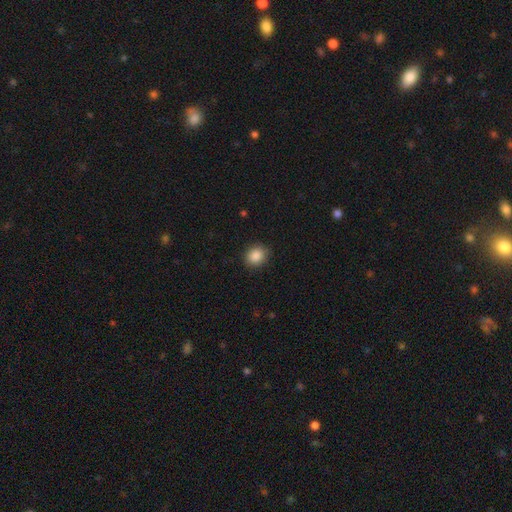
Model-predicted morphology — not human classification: Q: Smooth or featured?
A: smooth (87%); runner-up: star or artifact (9%)
Q: How rounded?
A: round (67%); runner-up: in between (32%)
Q: Merging?
A: none (88%); runner-up: minor disturbance (9%)